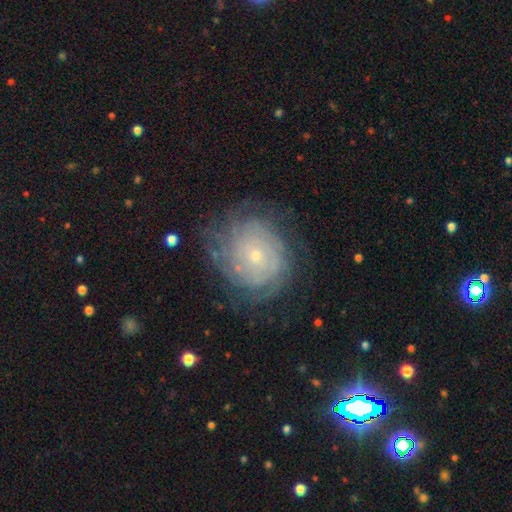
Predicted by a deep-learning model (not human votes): Smooth or featured: featured or disk — 72% (smooth — 19%)
Edge-on disk: no — 97% (yes — 3%)
Bar: no — 84% (weak — 13%)
Spiral arms: yes — 89% (no — 11%)
Spiral winding: tight — 79% (medium — 16%)
Spiral arm count: can't tell — 52% (4 — 13%)
Bulge size: small — 79% (moderate — 17%)
Merging: none — 73% (minor disturbance — 17%)